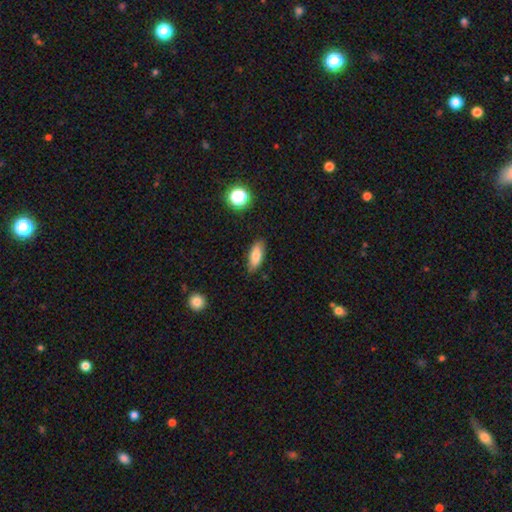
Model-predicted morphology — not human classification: This is clearly a smooth galaxy (81%). How rounded: likely in between (74%). Merging: clearly none (83%).